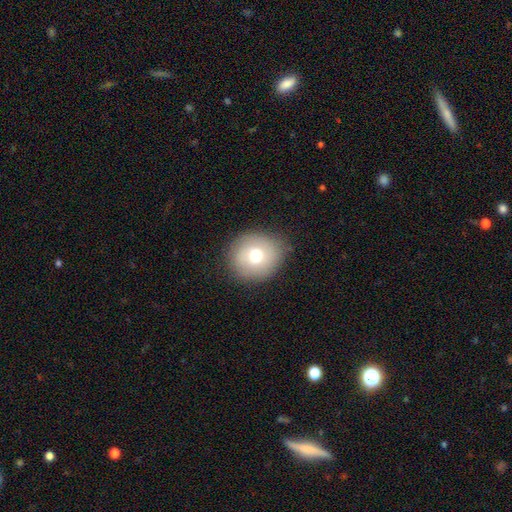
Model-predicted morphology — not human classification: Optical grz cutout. It shows a smooth galaxy with no disk features (71%) that is round (84%). Merging: none (83%).